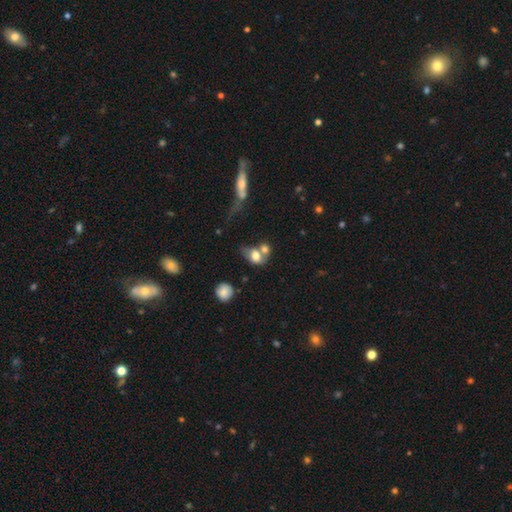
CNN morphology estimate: The model was most divided on "how rounded": in between: 68%, round: 30%, cigar-shaped: 2%. More confident: smooth or featured — smooth (70%); merging — merger (59%).